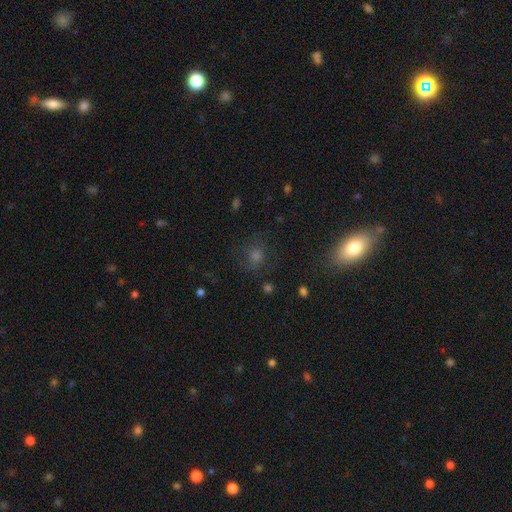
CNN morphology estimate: smooth-or-featured: smooth: 56% | star or artifact: 28% | featured or disk: 16%
  how-rounded: round: 63% | in between: 34% | cigar-shaped: 2%
  merging: none: 77% | minor disturbance: 14% | major disturbance: 7% | merger: 2%